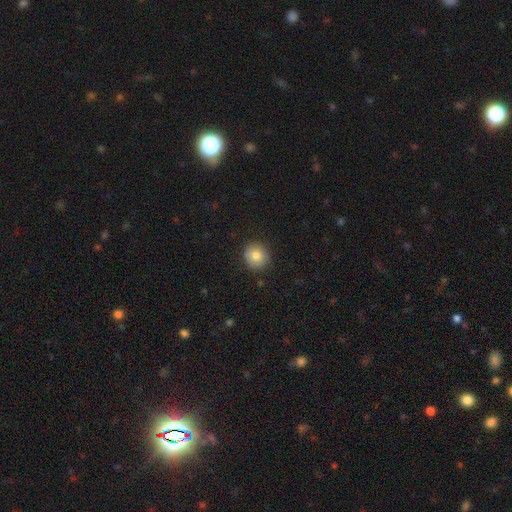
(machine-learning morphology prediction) This is clearly a smooth galaxy (82%). How rounded: clearly round (89%). Merging: clearly none (88%).